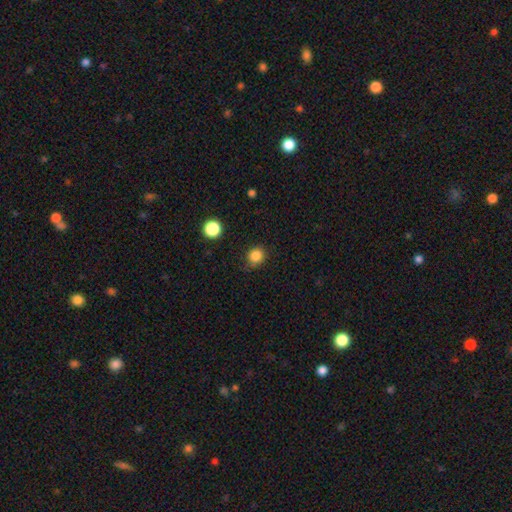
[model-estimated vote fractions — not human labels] Smooth or featured? Predicted: smooth (p=0.85). How rounded? Predicted: round (p=0.85). Merging? Predicted: none (p=0.79).